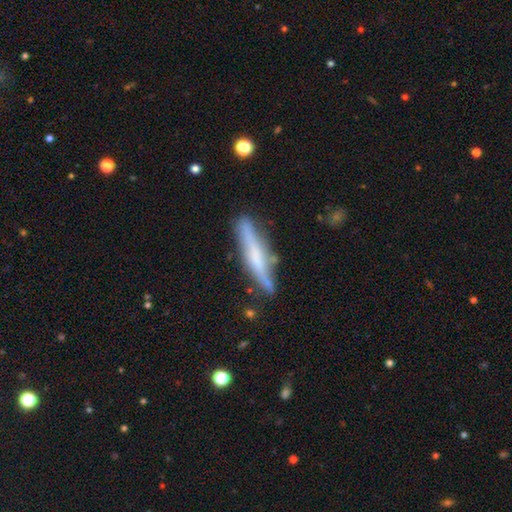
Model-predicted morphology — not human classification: Q: Smooth or featured?
A: featured or disk (51%); runner-up: smooth (42%)
Q: Edge-on disk?
A: yes (92%); runner-up: no (8%)
Q: Merging?
A: none (76%); runner-up: minor disturbance (17%)